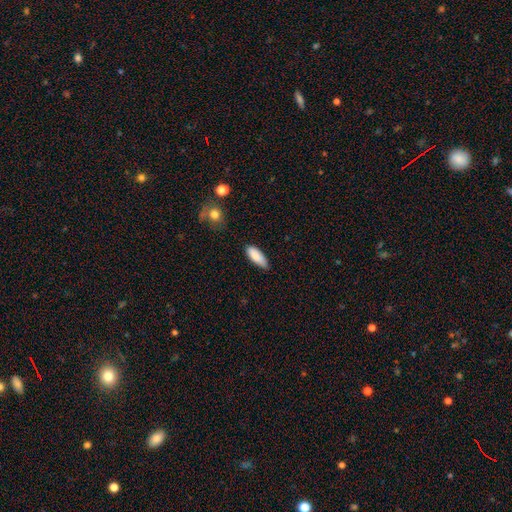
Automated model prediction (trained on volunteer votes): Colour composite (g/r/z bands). It shows a smooth galaxy with no disk features (87%) that is in between round and cigar-shaped (72%). Merging: none (73%).